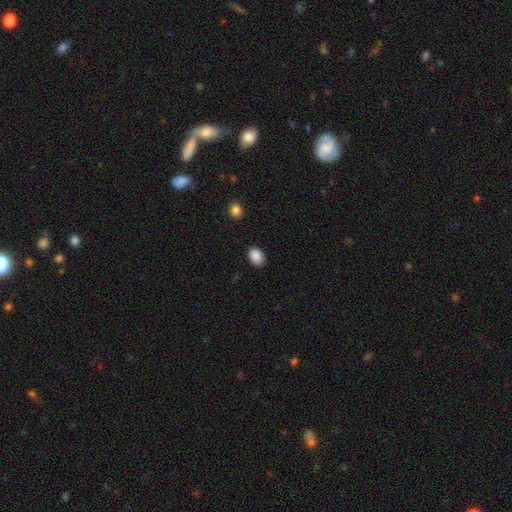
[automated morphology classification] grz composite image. It shows a smooth galaxy with no disk features (88%) that is in between round and cigar-shaped (71%). Merging: none (85%).